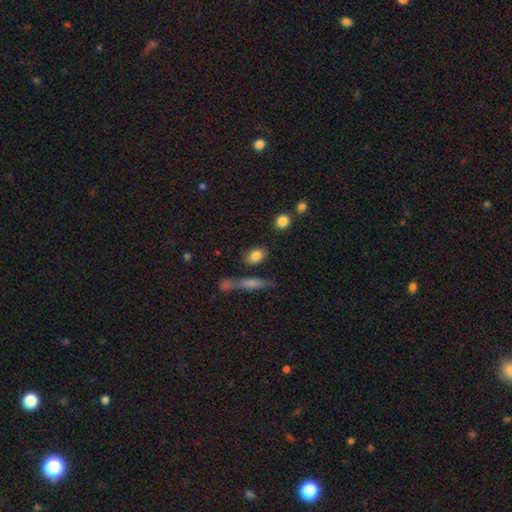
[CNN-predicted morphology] Overall: smooth (82%). How rounded: in between (74%). Merging: none (77%).